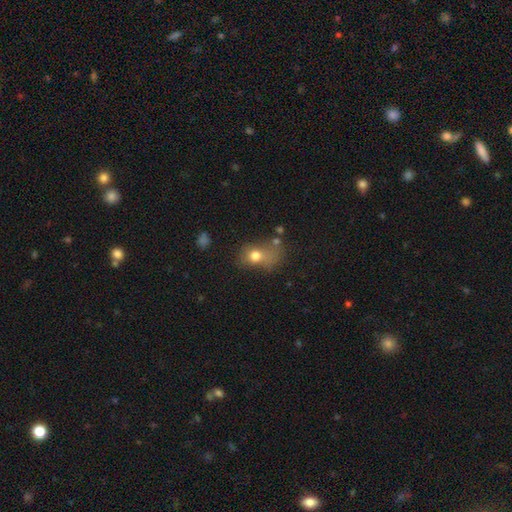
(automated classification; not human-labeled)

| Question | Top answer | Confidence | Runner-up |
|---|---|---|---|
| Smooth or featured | smooth | 70% | featured or disk (17%) |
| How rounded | in between | 60% | round (38%) |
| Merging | major disturbance | 34% | none (29%) |